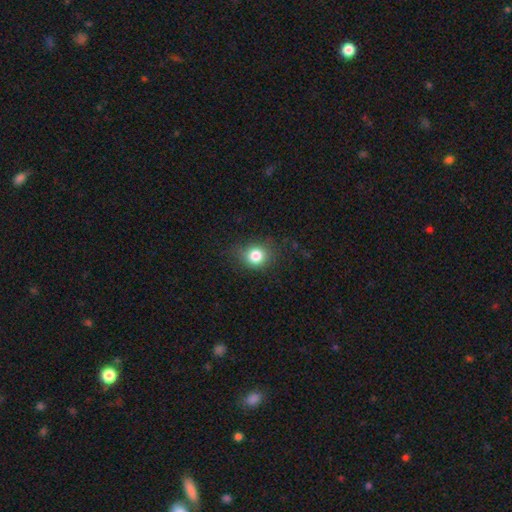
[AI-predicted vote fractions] Smooth or featured?
  - smooth: 81% *
  - star or artifact: 12%
  - featured or disk: 7%
How rounded?
  - round: 77% *
  - in between: 22%
  - cigar-shaped: 1%
Merging?
  - none: 80% *
  - minor disturbance: 15%
  - major disturbance: 5%
  - merger: 1%